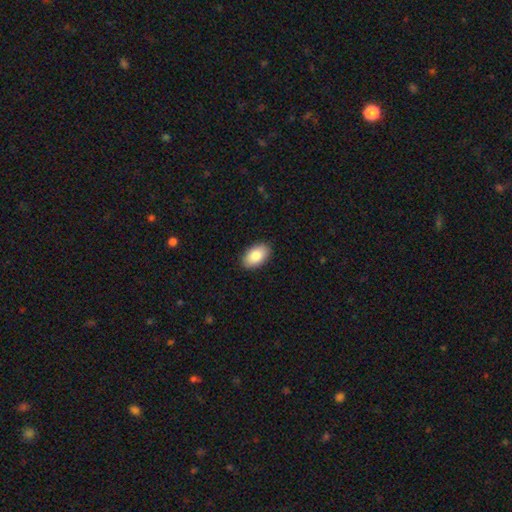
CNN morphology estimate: The model was most divided on "smooth or featured": smooth: 84%, featured or disk: 9%, star or artifact: 6%. More confident: how rounded — in between (94%); merging — none (90%).